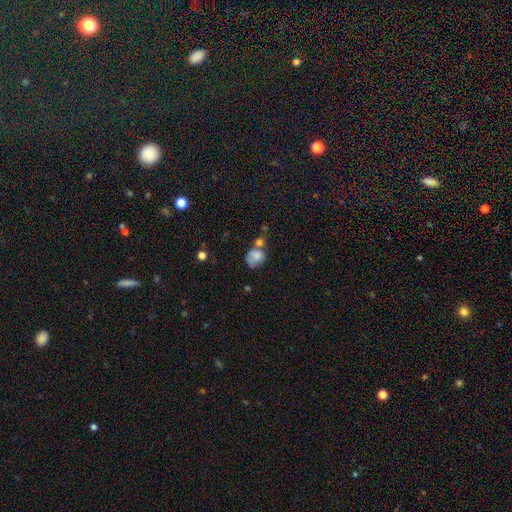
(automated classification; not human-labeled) smooth-or-featured: smooth: 68% | featured or disk: 22% | star or artifact: 10%
  how-rounded: round: 56% | in between: 43% | cigar-shaped: 1%
  merging: merger: 35% | none: 29% | minor disturbance: 21% | major disturbance: 15%